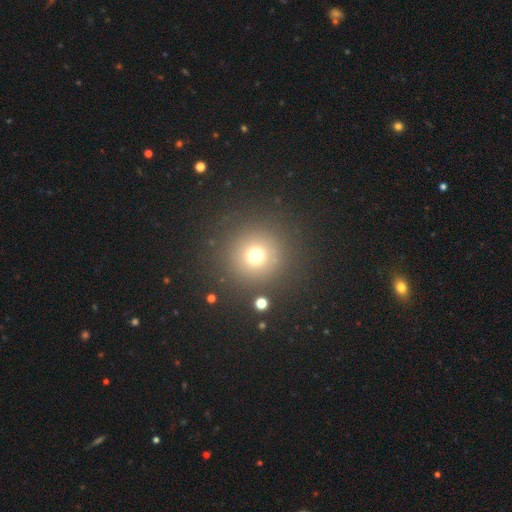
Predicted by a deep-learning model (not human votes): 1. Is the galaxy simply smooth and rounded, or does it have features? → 71% smooth, 19% star or artifact, 10% featured or disk.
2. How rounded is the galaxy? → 94% round, 5% in between, 1% cigar-shaped.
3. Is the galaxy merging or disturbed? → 85% none, 7% minor disturbance, 5% major disturbance, 3% merger.